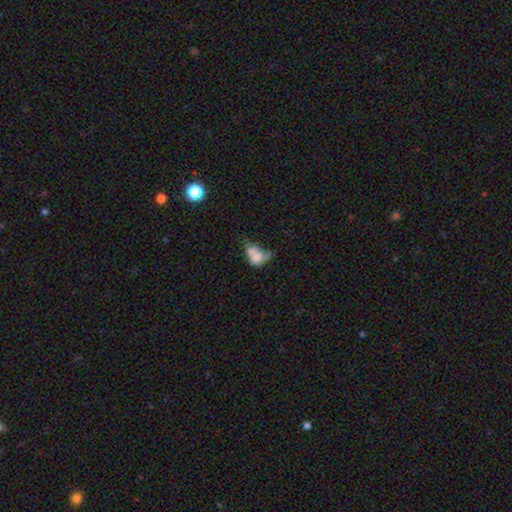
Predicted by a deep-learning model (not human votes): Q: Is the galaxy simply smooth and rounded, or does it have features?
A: smooth — 58%.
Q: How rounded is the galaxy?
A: in between — 70%.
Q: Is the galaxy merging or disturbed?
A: merger — 45%.